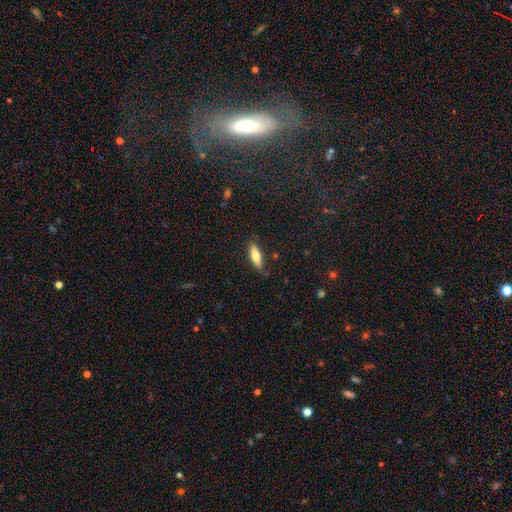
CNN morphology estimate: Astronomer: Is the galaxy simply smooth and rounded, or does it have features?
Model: smooth — 72%.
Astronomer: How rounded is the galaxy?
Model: in between — 51% (runner-up: cigar-shaped, 47%).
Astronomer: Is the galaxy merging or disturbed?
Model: none — 81%.